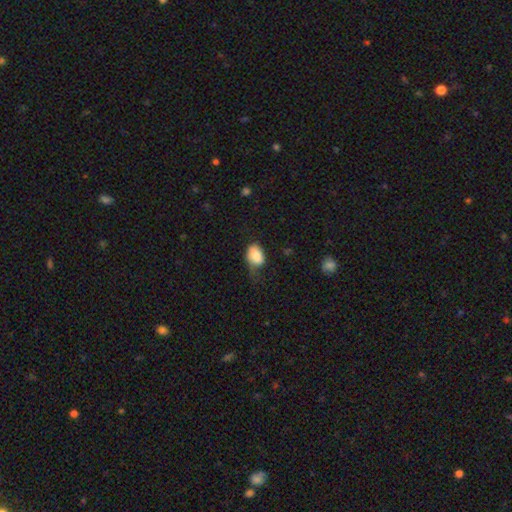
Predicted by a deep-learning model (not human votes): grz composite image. It shows a smooth galaxy with no disk features (84%) that is in between round and cigar-shaped (86%). Merging: minor disturbance (36%).